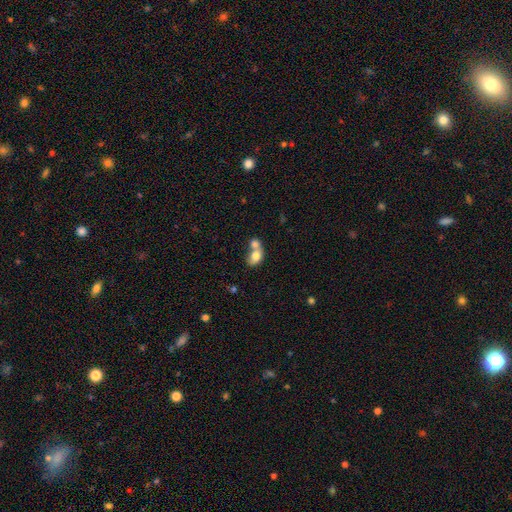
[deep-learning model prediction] Smooth or featured?
  - smooth: 73% *
  - featured or disk: 19%
  - star or artifact: 8%
How rounded?
  - in between: 63% *
  - round: 36%
  - cigar-shaped: 1%
Merging?
  - merger: 72% *
  - none: 17%
  - minor disturbance: 7%
  - major disturbance: 5%